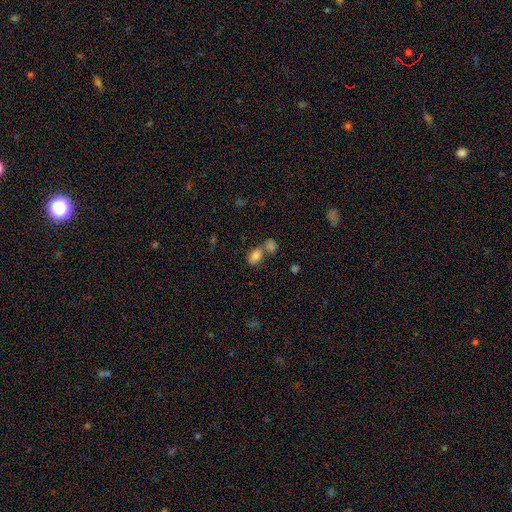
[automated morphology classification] The model was most divided on "merging" (2-way tie): none: 43%, merger: 43%, minor disturbance: 10%, major disturbance: 4%. More confident: how rounded — in between (85%); smooth or featured — smooth (82%).